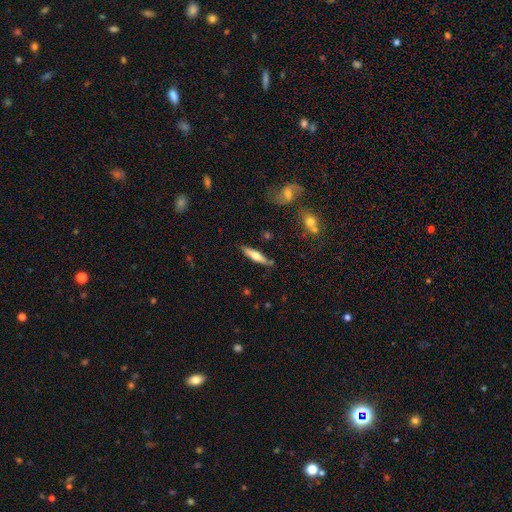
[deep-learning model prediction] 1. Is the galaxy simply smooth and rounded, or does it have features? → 48% smooth, 46% featured or disk, 6% star or artifact.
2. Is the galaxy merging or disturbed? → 83% none, 11% minor disturbance, 3% merger, 2% major disturbance.